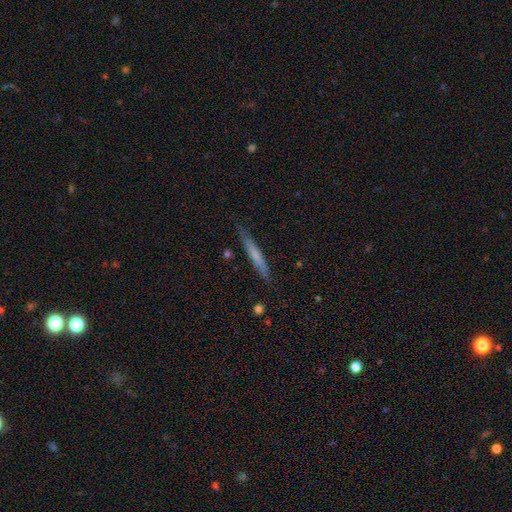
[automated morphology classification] Overall: smooth (58%; featured or disk 36%). How rounded: cigar-shaped (95%). Merging: none (84%).